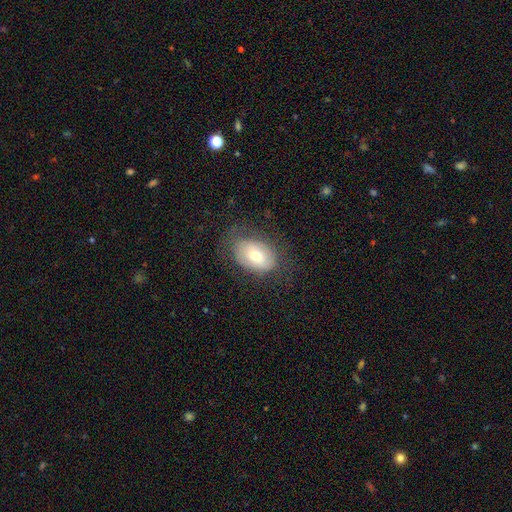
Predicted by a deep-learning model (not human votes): Smooth or featured: smooth — 66% (featured or disk — 25%)
How rounded: in between — 78% (round — 21%)
Merging: none — 70% (minor disturbance — 20%)